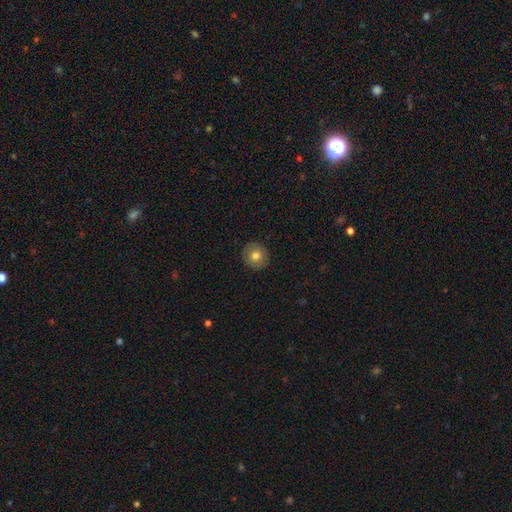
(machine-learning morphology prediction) smooth_or_featured: smooth (p=0.76) [alt: featured or disk p=0.15]
how_rounded: round (p=0.91) [alt: in between p=0.08]
merging: none (p=0.90) [alt: minor disturbance p=0.07]